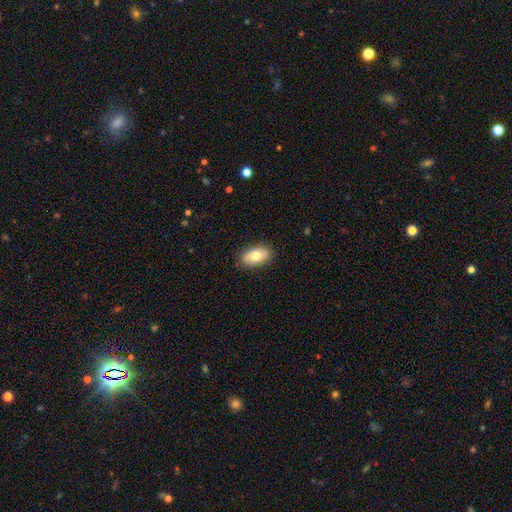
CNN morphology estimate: smooth_or_featured: smooth (p=0.78) [alt: featured or disk p=0.16]
how_rounded: in between (p=0.91) [alt: round p=0.06]
merging: none (p=0.87) [alt: minor disturbance p=0.10]